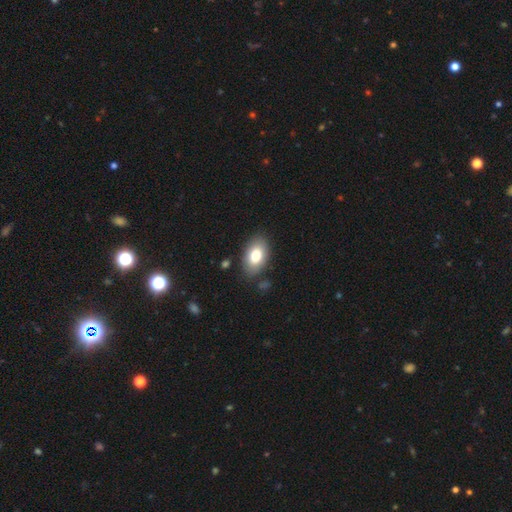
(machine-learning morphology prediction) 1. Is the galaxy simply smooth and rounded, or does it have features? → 80% smooth, 13% featured or disk, 7% star or artifact.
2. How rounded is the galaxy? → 92% in between, 6% round, 2% cigar-shaped.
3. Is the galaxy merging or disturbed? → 82% none, 12% minor disturbance, 3% major disturbance, 3% merger.